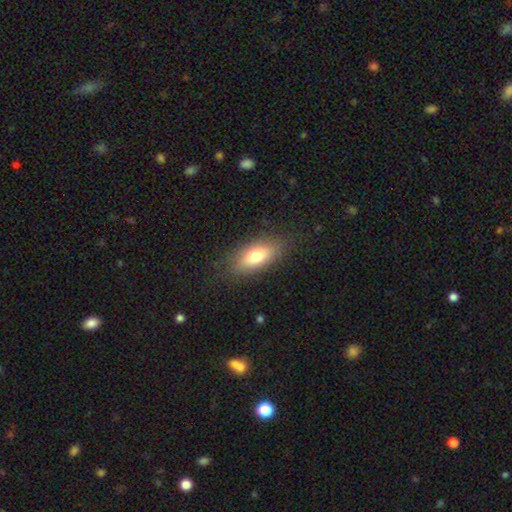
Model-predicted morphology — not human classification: Smooth or featured? smooth (72%)
How rounded? in between (80%)
Merging? none (82%)